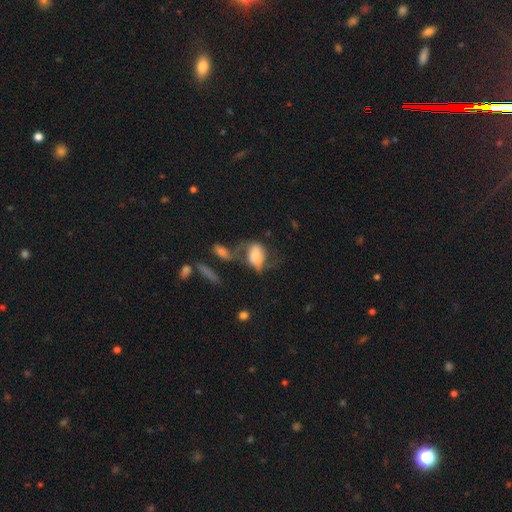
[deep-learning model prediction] Morphology: type=smooth (60%); roundness=in between (82%); merging=major disturbance (32%).